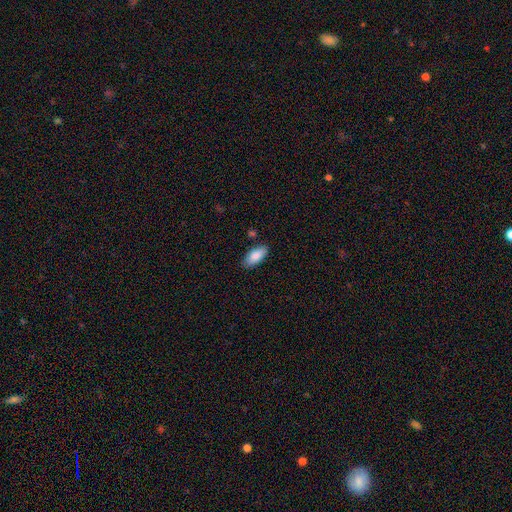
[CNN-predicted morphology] The model was most divided on "merging": none: 82%, minor disturbance: 13%, major disturbance: 2%, merger: 2%. More confident: how rounded — in between (89%); smooth or featured — smooth (87%).